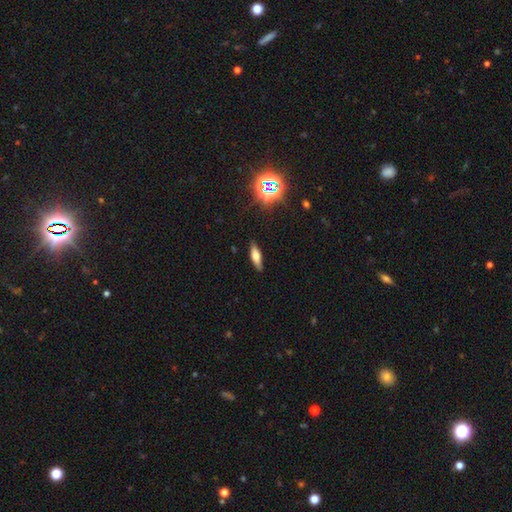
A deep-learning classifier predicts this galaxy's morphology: smooth-or-featured: smooth: 57% | featured or disk: 30% | star or artifact: 13%
  how-rounded: in between: 50% | cigar-shaped: 47% | round: 3%
  merging: none: 85% | minor disturbance: 11% | major disturbance: 3% | merger: 1%